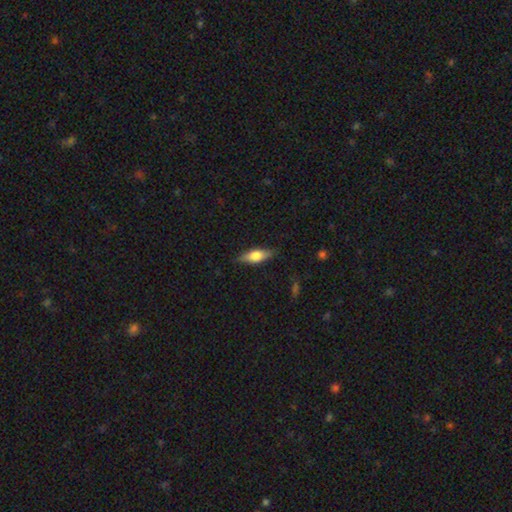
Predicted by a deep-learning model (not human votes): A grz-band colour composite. It shows a smooth galaxy with no disk features (58%) that is in between round and cigar-shaped (58%). Merging: none (85%).